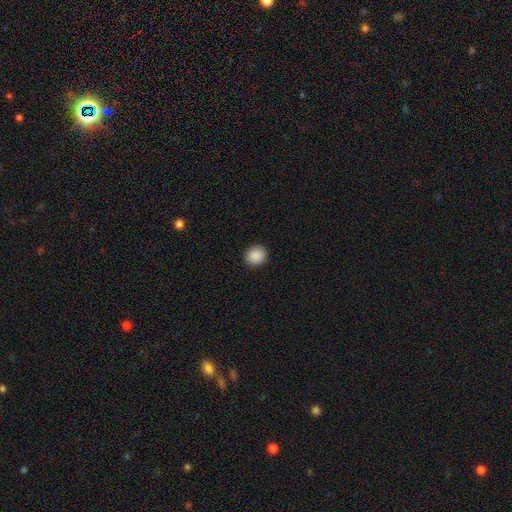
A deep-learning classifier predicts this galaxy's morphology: Smooth or featured? smooth (90%)
How rounded? round (88%)
Merging? none (92%)